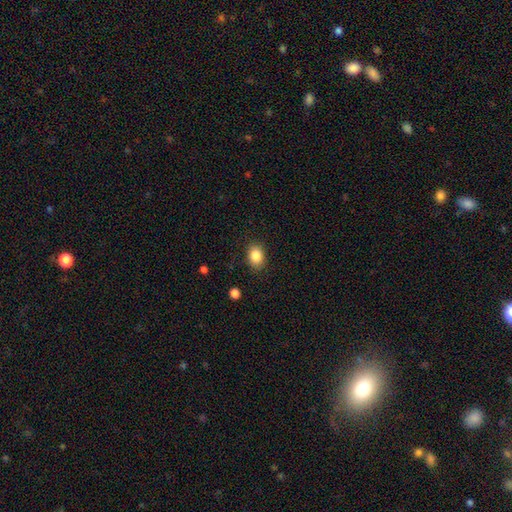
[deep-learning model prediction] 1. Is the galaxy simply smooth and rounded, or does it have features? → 86% smooth, 9% star or artifact, 5% featured or disk.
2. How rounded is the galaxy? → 65% in between, 34% round, 1% cigar-shaped.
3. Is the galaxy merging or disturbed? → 86% none, 10% minor disturbance, 3% major disturbance, 1% merger.